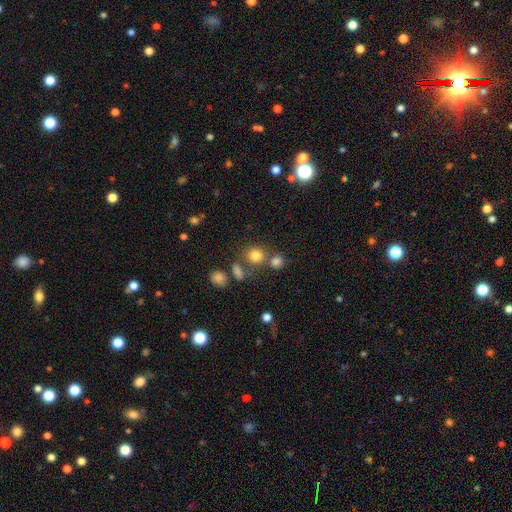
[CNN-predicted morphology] Smooth or featured?
  - smooth: 79% *
  - star or artifact: 14%
  - featured or disk: 7%
How rounded?
  - round: 80% *
  - in between: 19%
  - cigar-shaped: 1%
Merging?
  - none: 62% *
  - merger: 23%
  - minor disturbance: 10%
  - major disturbance: 5%